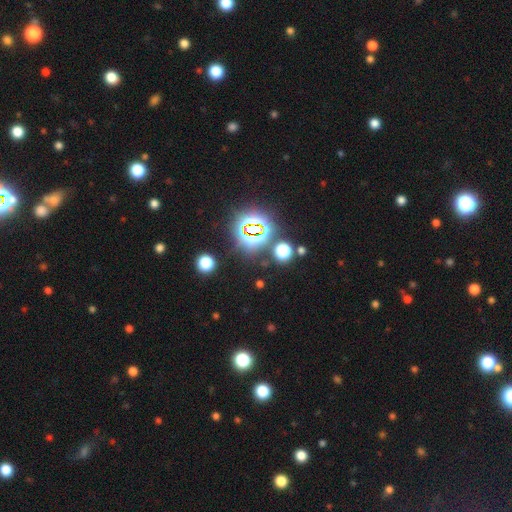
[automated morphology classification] Smooth or featured? star or artifact (79%)